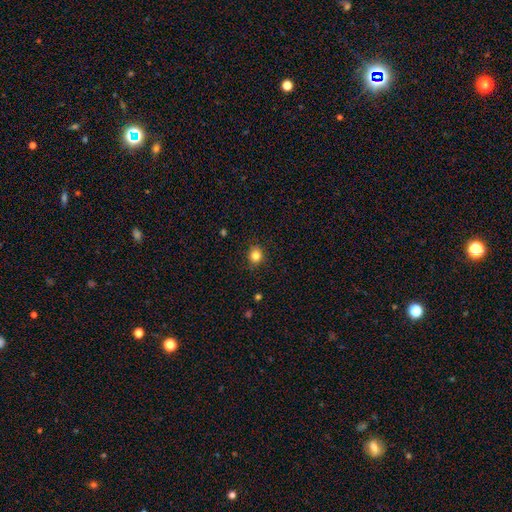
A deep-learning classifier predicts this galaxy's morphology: Smooth or featured? smooth (83%)
How rounded? round (81%)
Merging? none (89%)